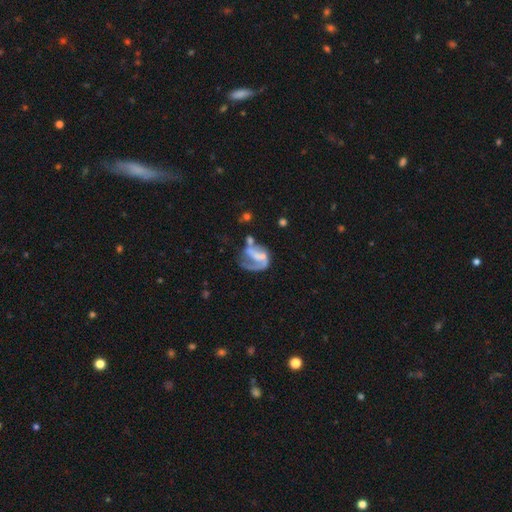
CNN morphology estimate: smooth_or_featured: featured or disk (p=0.68) [alt: smooth p=0.23]
disk_edge_on: no (p=0.98) [alt: yes p=0.02]
bar: no (p=0.48) [alt: weak p=0.33]
has_spiral_arms: yes (p=0.66) [alt: no p=0.34]
bulge_size: none (p=0.40) [alt: small p=0.34]
merging: major disturbance (p=0.41) [alt: none p=0.26]